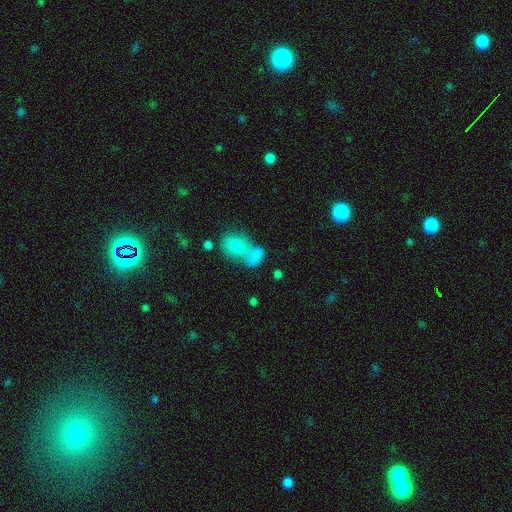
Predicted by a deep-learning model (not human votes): Overall: smooth (78%). How rounded: in between (79%). Merging: merger (65%).